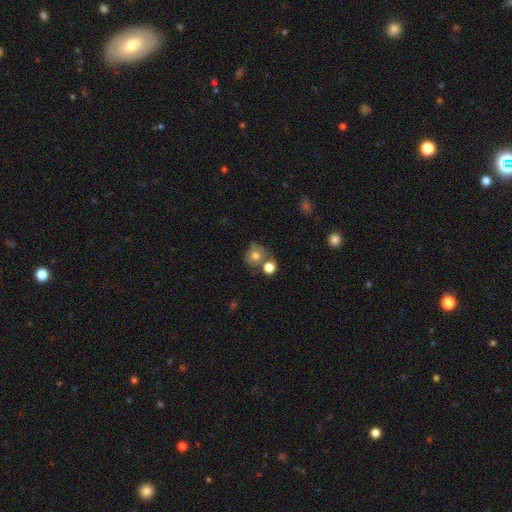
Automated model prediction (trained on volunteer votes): This appears to be a smooth galaxy with no disk features (70%) that is round (82%). Merging: none (50%).